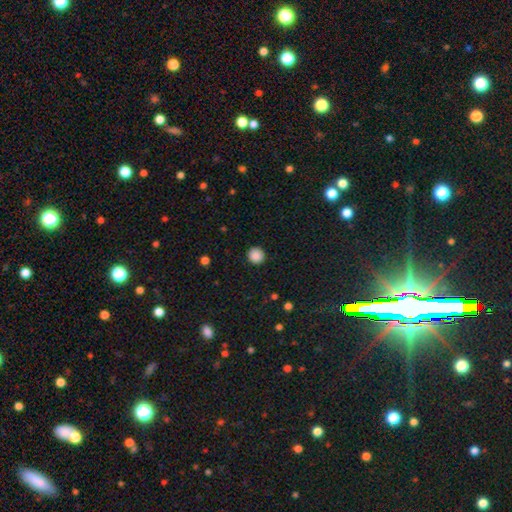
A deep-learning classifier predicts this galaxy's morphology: A smooth galaxy with no disk features (88%) that is round (93%). Merging: none (92%).